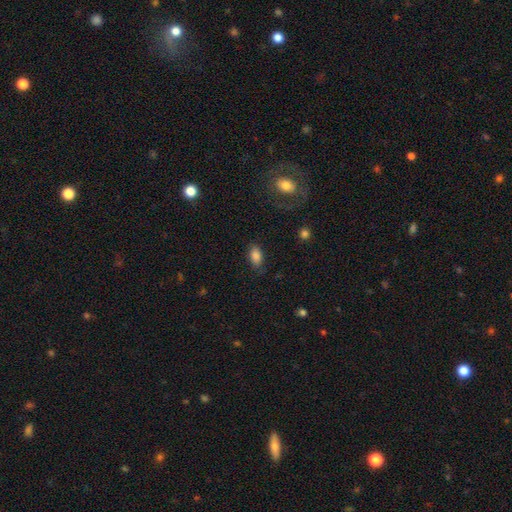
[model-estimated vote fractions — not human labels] A smooth galaxy with no disk features (86%) that is in between round and cigar-shaped (90%).

Vote fractions:
- Smooth or featured? smooth: 86% / star or artifact: 9% / featured or disk: 6%
- How rounded? in between: 90% / round: 6% / cigar-shaped: 3%
- Merging? none: 79% / minor disturbance: 15% / major disturbance: 5% / merger: 1%